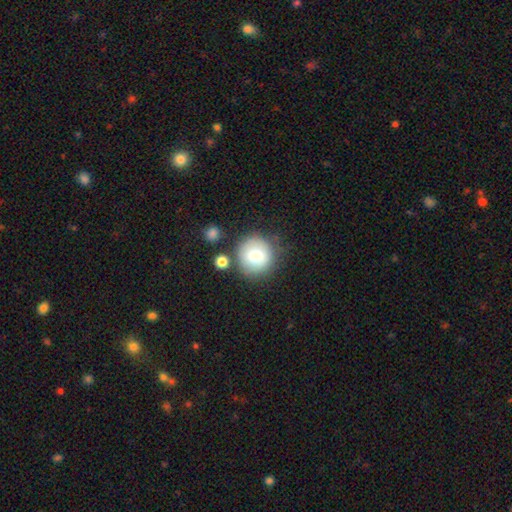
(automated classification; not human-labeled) Smooth or featured?
  - smooth: 75% *
  - featured or disk: 15%
  - star or artifact: 10%
How rounded?
  - round: 93% *
  - in between: 6%
  - cigar-shaped: 1%
Merging?
  - none: 74% *
  - minor disturbance: 13%
  - merger: 9%
  - major disturbance: 5%